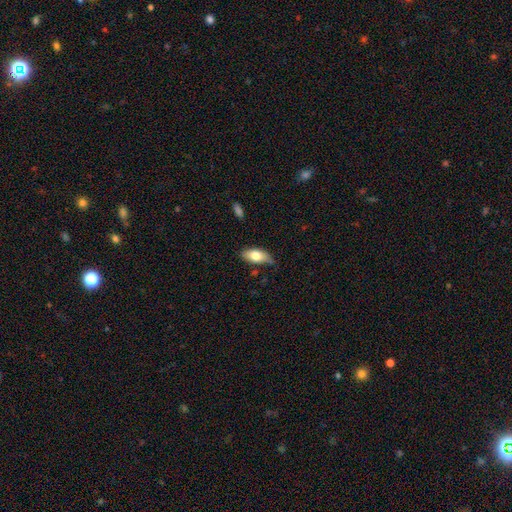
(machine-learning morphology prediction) A smooth galaxy with no disk features (77%) that is in between round and cigar-shaped (90%). Merging: none (68%).